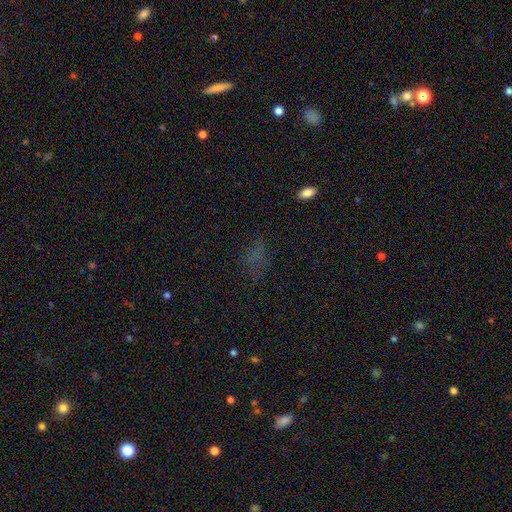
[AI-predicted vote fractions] The model was most divided on "smooth or featured": smooth: 57%, star or artifact: 28%, featured or disk: 15%. More confident: how rounded — in between (77%); merging — none (63%).